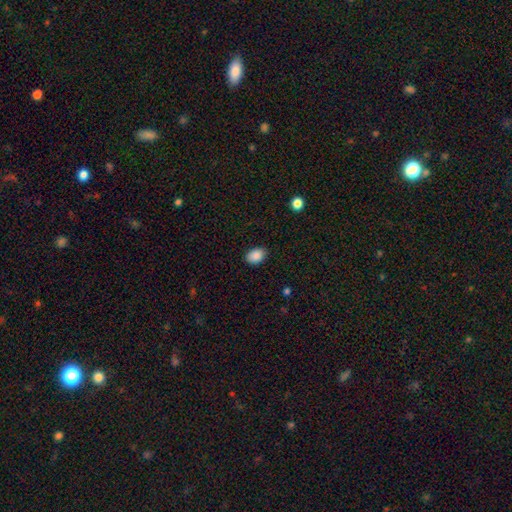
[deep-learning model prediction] The model was most divided on "how rounded": in between: 80%, round: 19%, cigar-shaped: 1%. More confident: smooth or featured — smooth (89%); merging — none (86%).